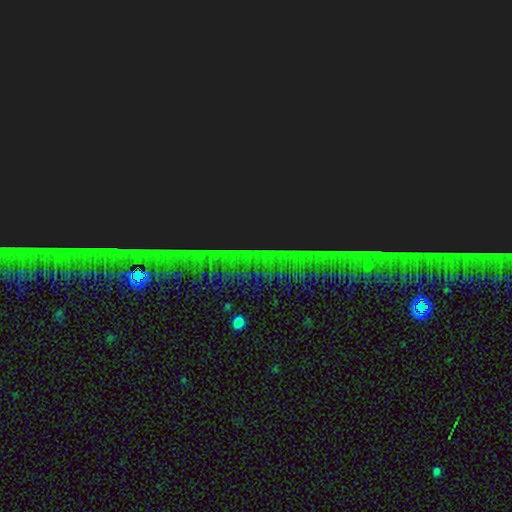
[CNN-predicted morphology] A star or artifact, not a galaxy (85%).